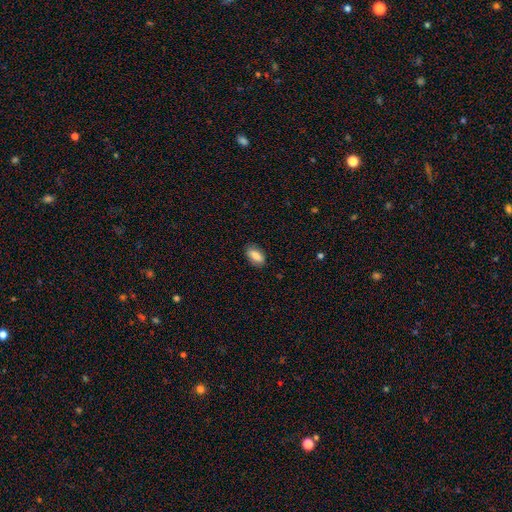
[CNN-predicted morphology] A smooth galaxy with no disk features (83%) that is in between round and cigar-shaped (87%).

Vote fractions:
- Smooth or featured? smooth: 83% / featured or disk: 10% / star or artifact: 7%
- How rounded? in between: 87% / cigar-shaped: 8% / round: 5%
- Merging? none: 85% / minor disturbance: 12% / major disturbance: 2% / merger: 1%